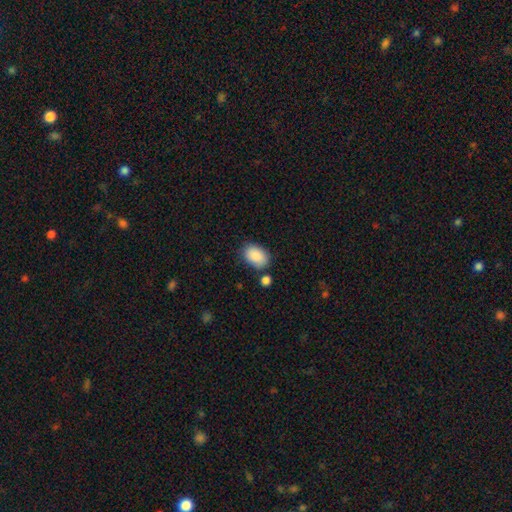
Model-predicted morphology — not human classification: A smooth galaxy with no disk features (89%) that is in between round and cigar-shaped (89%).

Vote fractions:
- Smooth or featured? smooth: 89% / star or artifact: 7% / featured or disk: 4%
- How rounded? in between: 89% / round: 10% / cigar-shaped: 1%
- Merging? none: 74% / minor disturbance: 15% / merger: 7% / major disturbance: 4%